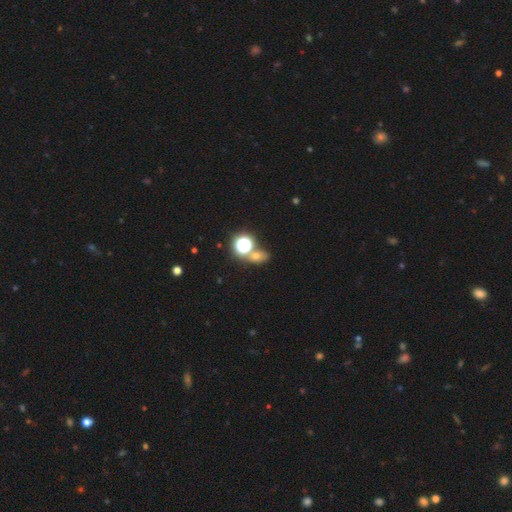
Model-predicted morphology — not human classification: Overall: smooth (52%; star or artifact 37%). How rounded: in between (52%; round 44%). Merging: none (63%).